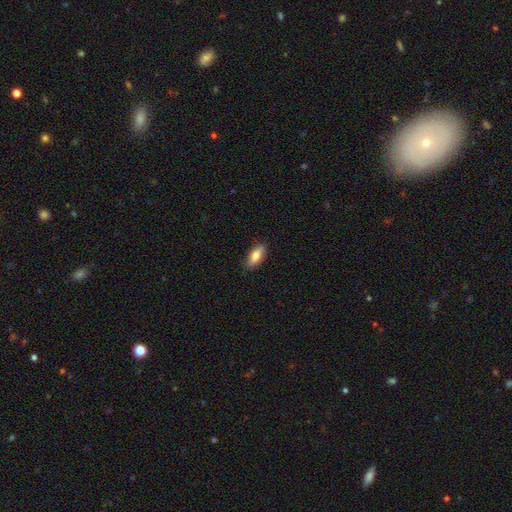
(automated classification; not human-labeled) Smooth or featured? smooth (77%)
How rounded? in between (77%)
Merging? none (84%)